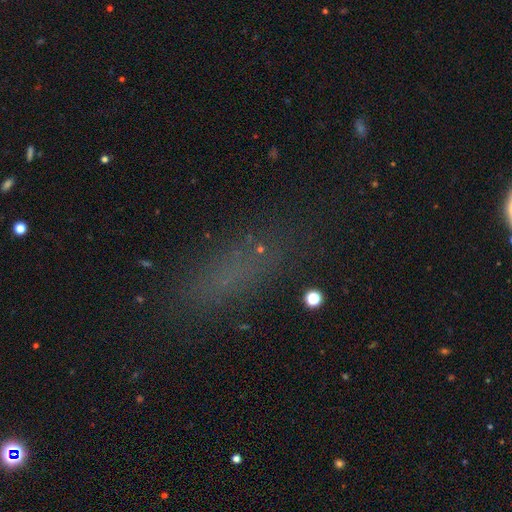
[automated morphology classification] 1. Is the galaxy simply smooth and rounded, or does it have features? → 58% smooth, 28% star or artifact, 13% featured or disk.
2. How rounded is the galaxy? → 51% cigar-shaped, 43% in between, 6% round.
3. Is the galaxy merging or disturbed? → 75% none, 15% minor disturbance, 8% major disturbance, 3% merger.